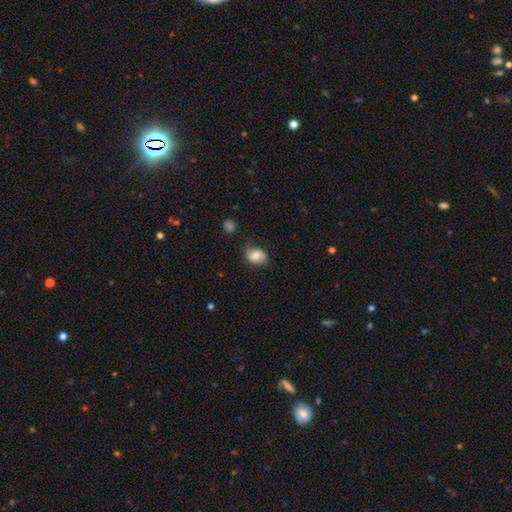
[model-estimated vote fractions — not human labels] smooth 69%, featured or disk 23%, star or artifact 8%. Down the decision tree: how rounded — in between (70%); merging — none (67%).